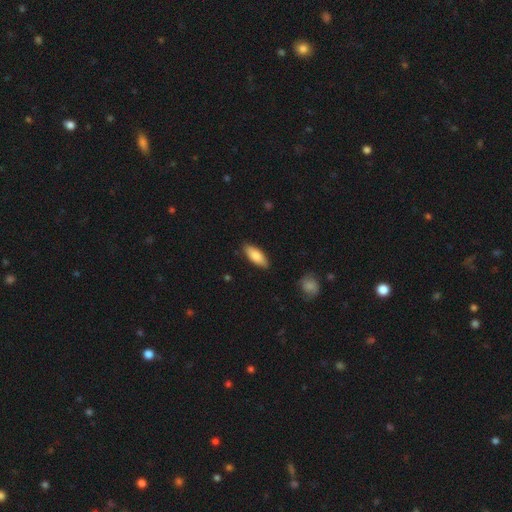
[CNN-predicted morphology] Smooth or featured?
  - smooth: 82% *
  - featured or disk: 13%
  - star or artifact: 6%
How rounded?
  - in between: 72% *
  - cigar-shaped: 26%
  - round: 2%
Merging?
  - none: 86% *
  - minor disturbance: 10%
  - major disturbance: 2%
  - merger: 1%